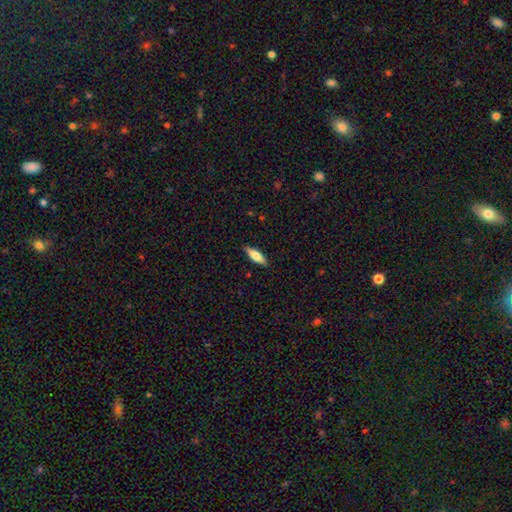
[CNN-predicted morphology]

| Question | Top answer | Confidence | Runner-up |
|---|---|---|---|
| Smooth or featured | smooth | 66% | featured or disk (28%) |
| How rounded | in between | 50% | cigar-shaped (48%) |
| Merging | none | 88% | minor disturbance (9%) |